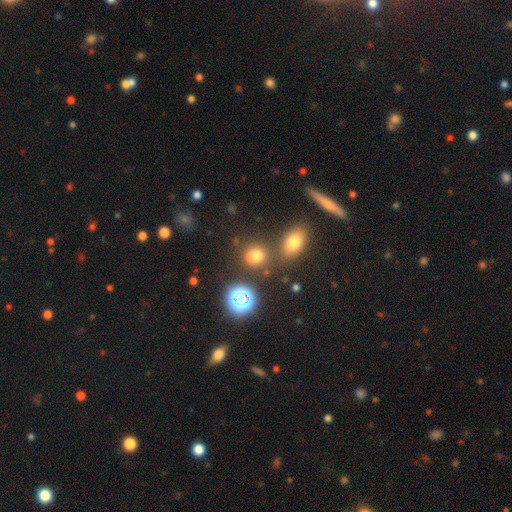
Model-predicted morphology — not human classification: A smooth galaxy with no disk features (69%) that is round (75%). Merging: none (73%).